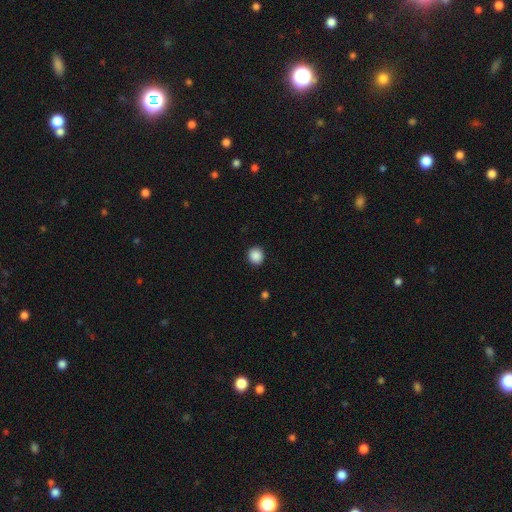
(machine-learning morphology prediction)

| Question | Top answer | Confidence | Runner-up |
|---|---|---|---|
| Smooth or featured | smooth | 89% | star or artifact (9%) |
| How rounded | round | 87% | in between (12%) |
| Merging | none | 92% | minor disturbance (6%) |